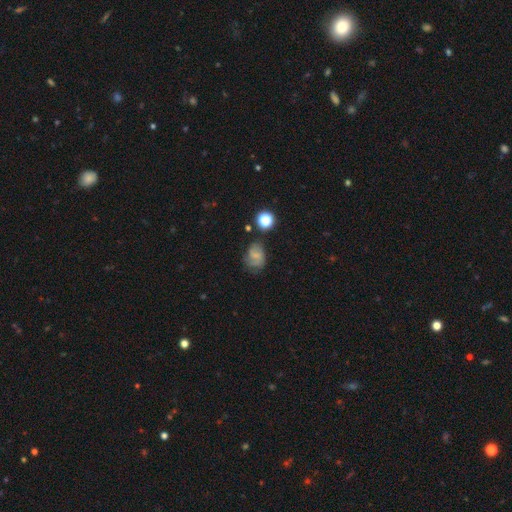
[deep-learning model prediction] Overall: smooth (47%; featured or disk 39%). Merging: none (55%; minor disturbance 26%).